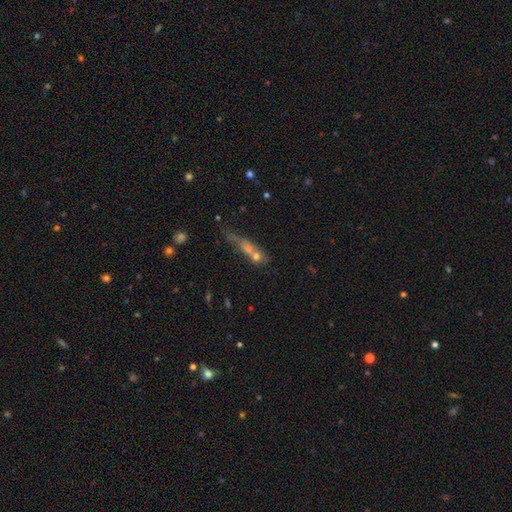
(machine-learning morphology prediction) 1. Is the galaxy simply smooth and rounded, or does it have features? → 51% smooth, 32% featured or disk, 17% star or artifact.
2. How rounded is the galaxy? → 50% cigar-shaped, 32% in between, 17% round.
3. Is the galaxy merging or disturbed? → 40% merger, 30% none, 16% major disturbance, 15% minor disturbance.